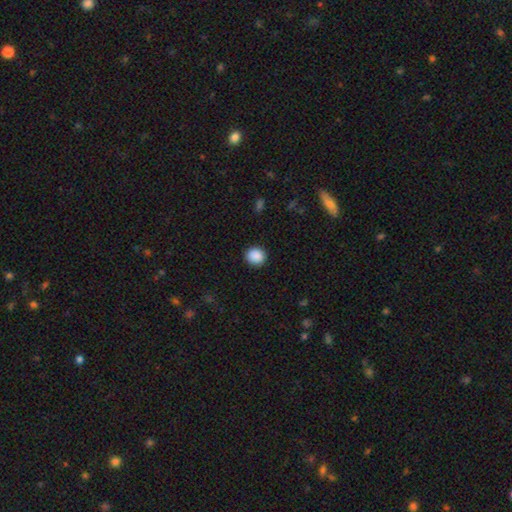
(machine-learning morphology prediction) Smooth or featured? smooth (89%)
How rounded? round (85%)
Merging? none (91%)